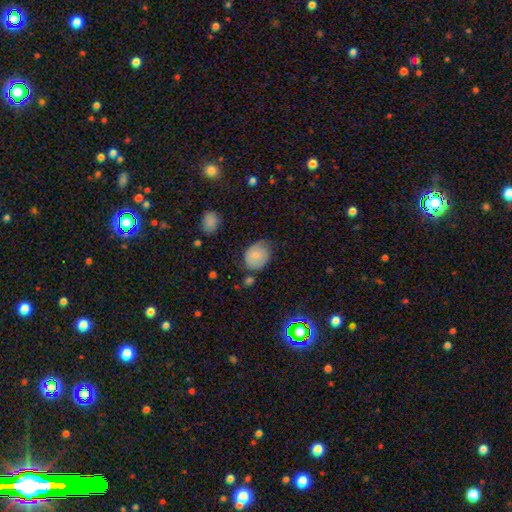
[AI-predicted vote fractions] The model was most divided on "how rounded": round: 51%, in between: 48%, cigar-shaped: 1%. More confident: smooth or featured — smooth (74%); merging — none (55%).